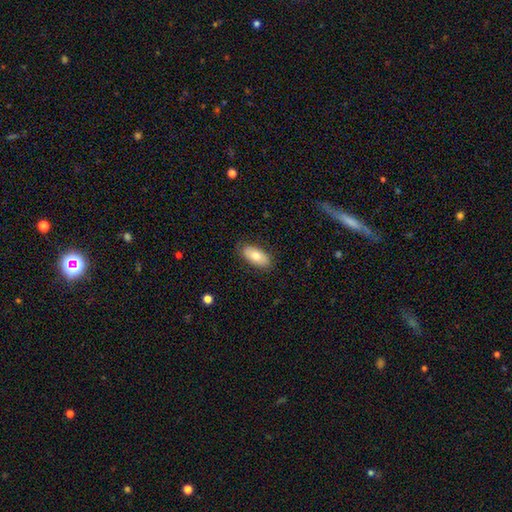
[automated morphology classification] smooth_or_featured: smooth (p=0.75) [alt: featured or disk p=0.18]
how_rounded: in between (p=0.90) [alt: cigar-shaped p=0.07]
merging: none (p=0.84) [alt: minor disturbance p=0.12]